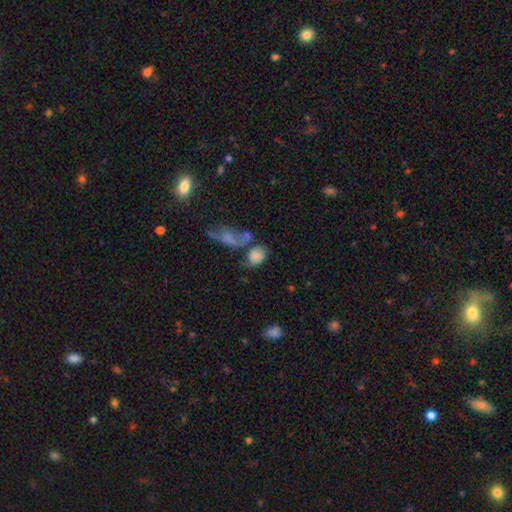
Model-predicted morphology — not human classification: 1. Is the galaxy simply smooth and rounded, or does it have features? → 75% smooth, 15% featured or disk, 11% star or artifact.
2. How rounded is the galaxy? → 71% in between, 26% round, 2% cigar-shaped.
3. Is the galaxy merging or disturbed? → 38% merger, 32% none, 17% minor disturbance, 14% major disturbance.